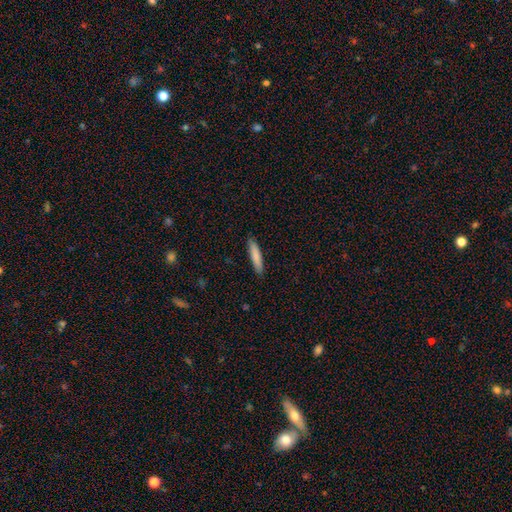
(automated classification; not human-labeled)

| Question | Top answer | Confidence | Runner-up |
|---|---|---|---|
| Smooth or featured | smooth | 83% | featured or disk (11%) |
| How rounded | cigar-shaped | 85% | in between (13%) |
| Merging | none | 89% | minor disturbance (8%) |